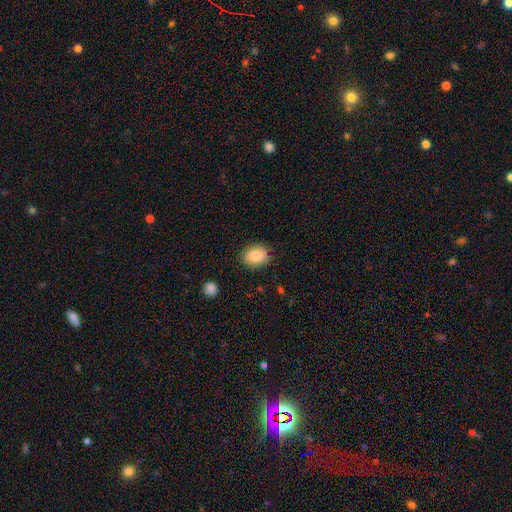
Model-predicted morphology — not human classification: Smooth or featured?
  - smooth: 84% *
  - featured or disk: 8%
  - star or artifact: 8%
How rounded?
  - in between: 55% *
  - round: 44%
  - cigar-shaped: 1%
Merging?
  - none: 83% *
  - minor disturbance: 13%
  - major disturbance: 3%
  - merger: 1%